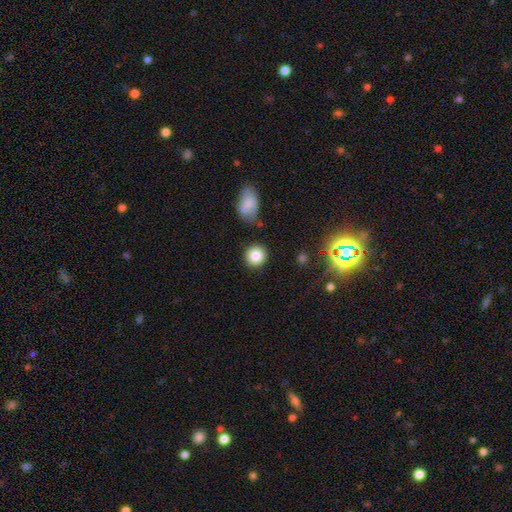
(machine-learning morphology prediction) Smooth or featured: smooth — 84% (star or artifact — 10%)
How rounded: round — 89% (in between — 10%)
Merging: none — 84% (minor disturbance — 9%)